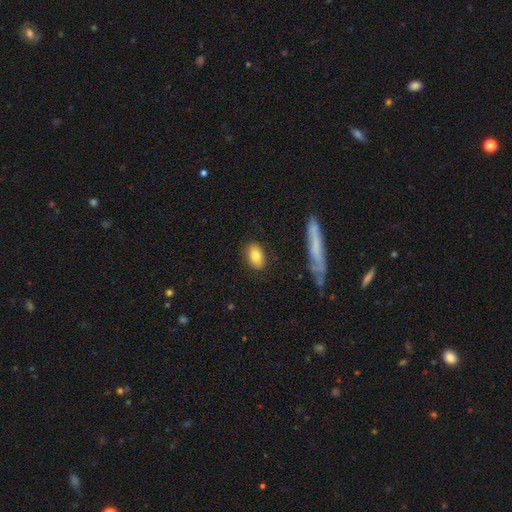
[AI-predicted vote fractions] Smooth or featured: smooth — 80% (featured or disk — 12%)
How rounded: in between — 84% (round — 13%)
Merging: none — 87% (minor disturbance — 9%)